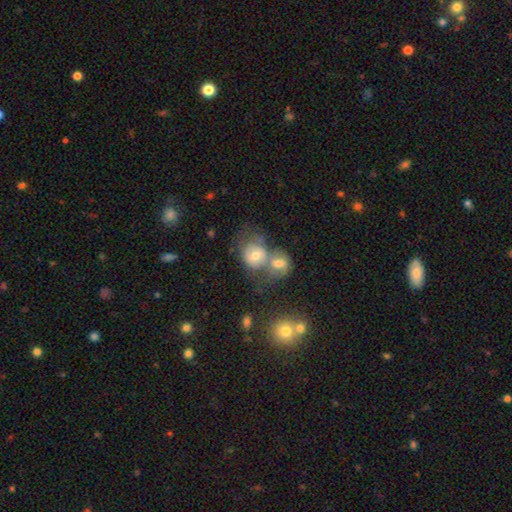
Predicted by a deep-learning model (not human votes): smooth 59%, featured or disk 29%, star or artifact 12%. Down the decision tree: how rounded — round (65%); merging — merger (54%).